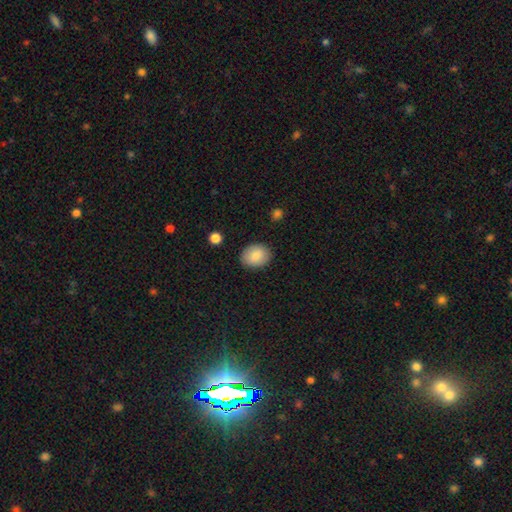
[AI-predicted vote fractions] A smooth galaxy with no disk features (85%) that is in between round and cigar-shaped (56%). Merging: none (87%).